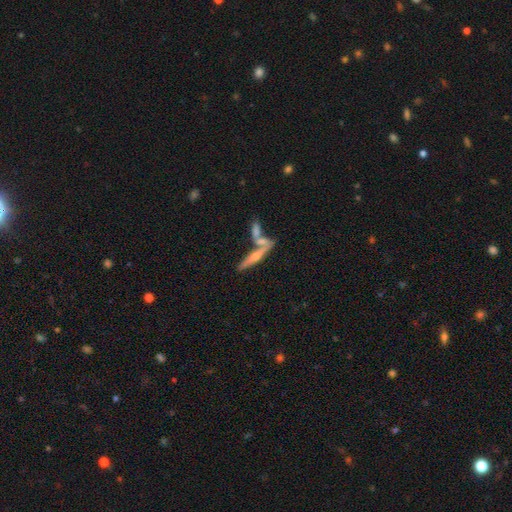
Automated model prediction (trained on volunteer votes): Overall: featured or disk (66%; smooth 26%). Edge-on disk: yes (92%). Edge-on bulge: rounded (85%). Merging: none (54%; merger 33%).